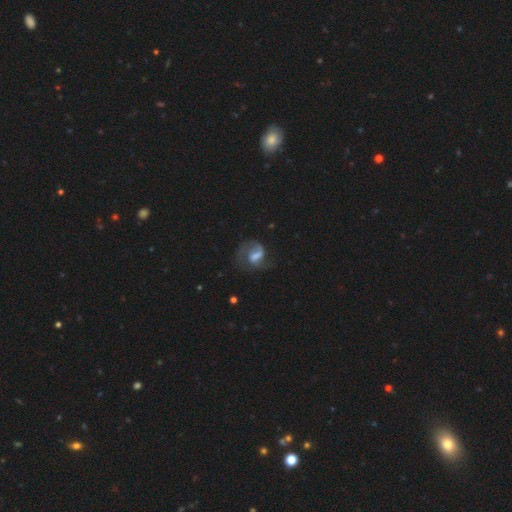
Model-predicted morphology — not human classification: smooth-or-featured: featured or disk: 68% | smooth: 24% | star or artifact: 9%
  disk-edge-on: no: 97% | yes: 3%
    bar: weak: 46% | strong: 29% | no: 25%
    has-spiral-arms: yes: 88% | no: 12%
      spiral-winding: medium: 44% | loose: 36% | tight: 20%
      spiral-arm-count: 2: 46% | 1: 43% | can't tell: 7% | 3: 2% | 4: 1% | more than 4: 1%
    bulge-size: none: 28% (tied) | moderate: 28% (tied) | small: 22% | large: 19% | dominant: 3%
  merging: none: 48% | major disturbance: 30% | minor disturbance: 20% | merger: 3%